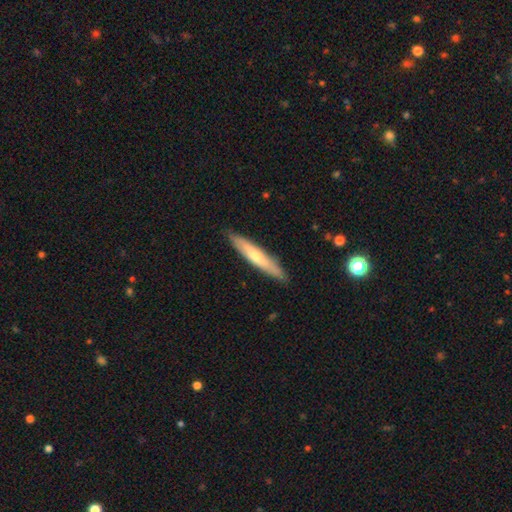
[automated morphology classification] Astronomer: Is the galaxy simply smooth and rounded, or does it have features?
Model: smooth — 53% (runner-up: featured or disk, 42%).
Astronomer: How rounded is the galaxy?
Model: cigar-shaped — 91%.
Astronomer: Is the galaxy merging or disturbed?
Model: none — 88%.